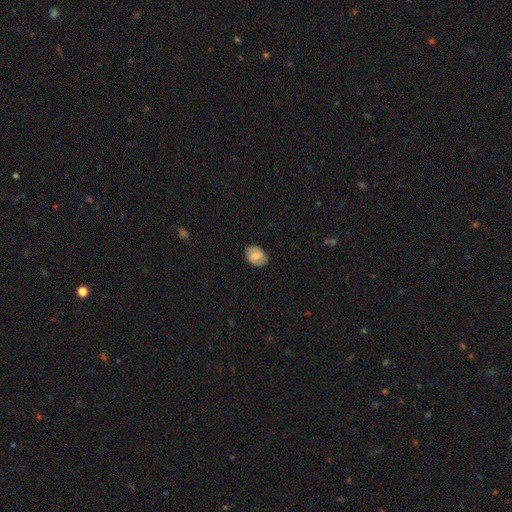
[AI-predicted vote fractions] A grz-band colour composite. It shows a smooth galaxy with no disk features (58%) that is in between round and cigar-shaped (70%). Merging: none (81%).